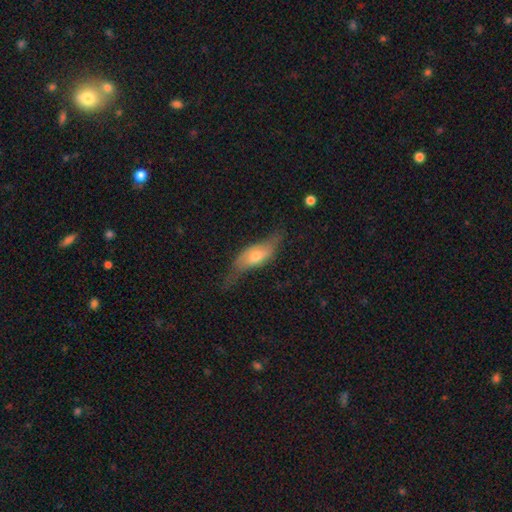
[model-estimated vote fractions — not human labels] This is possibly a featured or disk galaxy (48%). Merging: possibly none (51%).